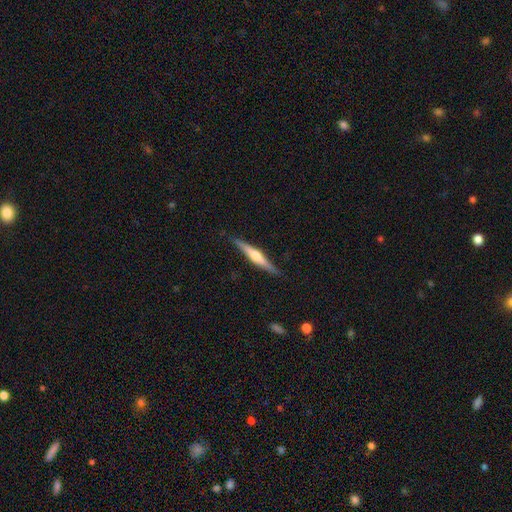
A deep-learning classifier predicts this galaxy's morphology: Q: Smooth or featured?
A: featured or disk (67%); runner-up: smooth (28%)
Q: Edge-on disk?
A: yes (97%); runner-up: no (3%)
Q: Edge-on bulge?
A: rounded (82%); runner-up: boxy (10%)
Q: Merging?
A: none (87%); runner-up: minor disturbance (10%)